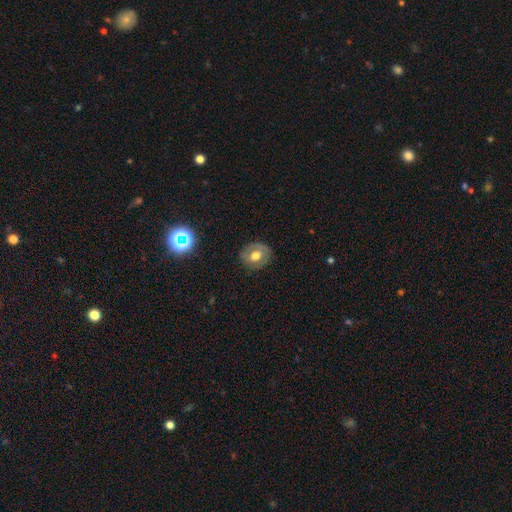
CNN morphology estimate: Smooth or featured? Predicted: smooth (p=0.50). How rounded? Predicted: round (p=0.63). Merging? Predicted: none (p=0.80).